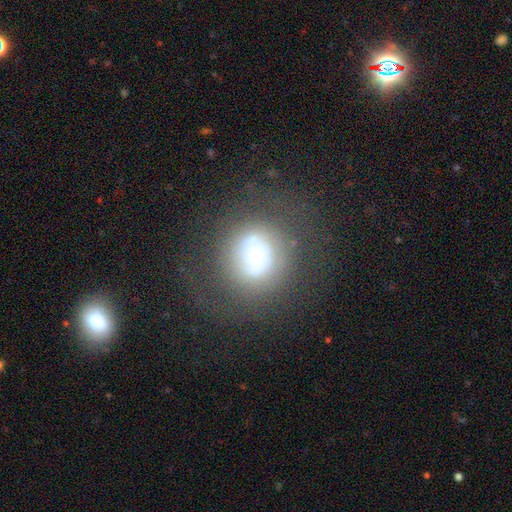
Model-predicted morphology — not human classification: smooth_or_featured: featured or disk (p=0.52) [alt: smooth p=0.35]
disk_edge_on: no (p=0.97) [alt: yes p=0.03]
bar: no (p=0.84) [alt: weak p=0.12]
has_spiral_arms: no (p=0.56) [alt: yes p=0.44]
bulge_size: small (p=0.37) [alt: moderate p=0.22]
merging: none (p=0.59) [alt: minor disturbance p=0.18]